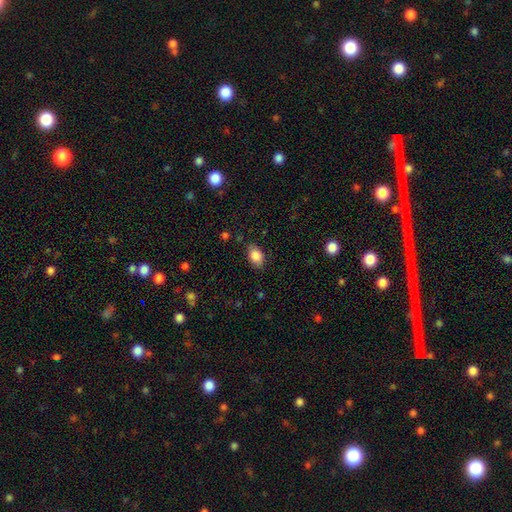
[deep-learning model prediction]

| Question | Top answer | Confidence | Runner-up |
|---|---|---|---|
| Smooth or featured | smooth | 87% | star or artifact (8%) |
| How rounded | in between | 85% | round (13%) |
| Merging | none | 81% | minor disturbance (14%) |